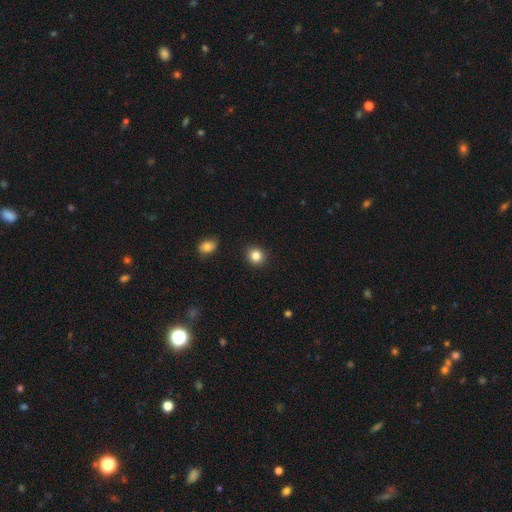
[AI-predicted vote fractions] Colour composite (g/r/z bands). It shows a smooth galaxy with no disk features (84%) that is round (82%). Merging: none (91%).